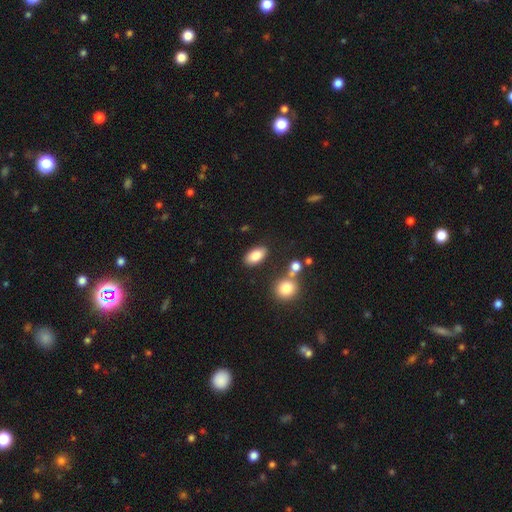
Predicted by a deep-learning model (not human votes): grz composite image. It shows a smooth galaxy with no disk features (85%) that is in between round and cigar-shaped (92%). Merging: none (82%).